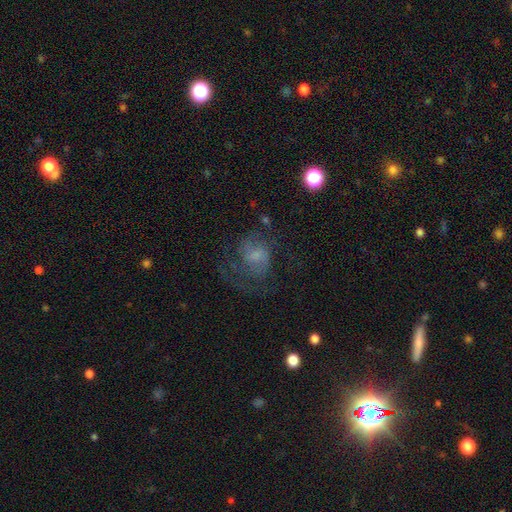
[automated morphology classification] type=featured or disk (56%); edge-on=no (97%); bar=no (57%); spiral arms=yes (73%); bulge=small (44%); merging=none (43%).